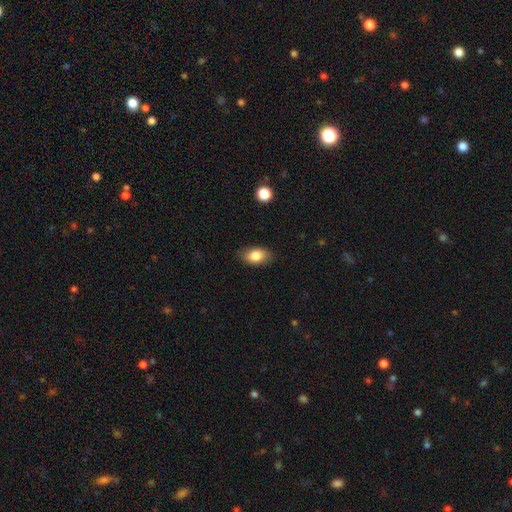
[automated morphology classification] The model was most divided on "merging": none: 84%, minor disturbance: 13%, major disturbance: 3%, merger: 1%. More confident: how rounded — in between (89%); smooth or featured — smooth (82%).